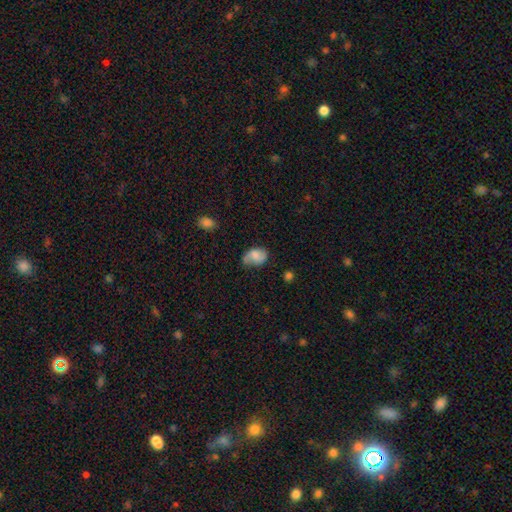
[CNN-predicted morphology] Smooth or featured? Predicted: smooth (p=0.56). How rounded? Predicted: in between (p=0.76). Merging? Predicted: none (p=0.54).